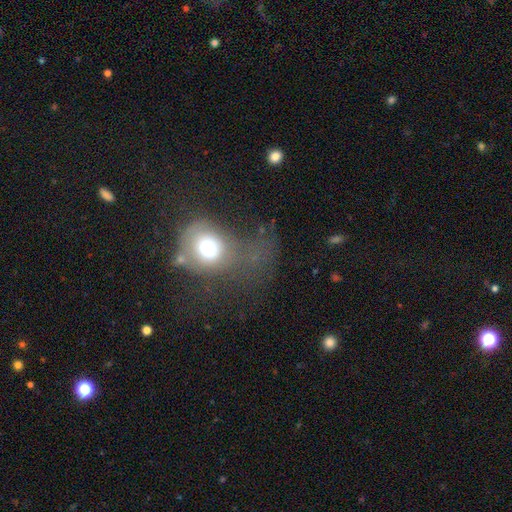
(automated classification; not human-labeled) smooth-or-featured: smooth: 58% | featured or disk: 25% | star or artifact: 17%
  how-rounded: round: 73% | in between: 26% | cigar-shaped: 1%
  merging: major disturbance: 52% | none: 23% | minor disturbance: 18% | merger: 7%